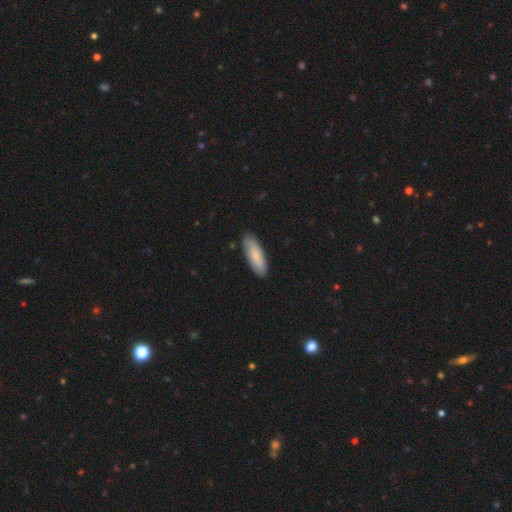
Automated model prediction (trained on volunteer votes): Smooth or featured?
  - smooth: 81% *
  - featured or disk: 14%
  - star or artifact: 5%
How rounded?
  - in between: 54% *
  - cigar-shaped: 44%
  - round: 2%
Merging?
  - none: 88% *
  - minor disturbance: 9%
  - major disturbance: 2%
  - merger: 1%